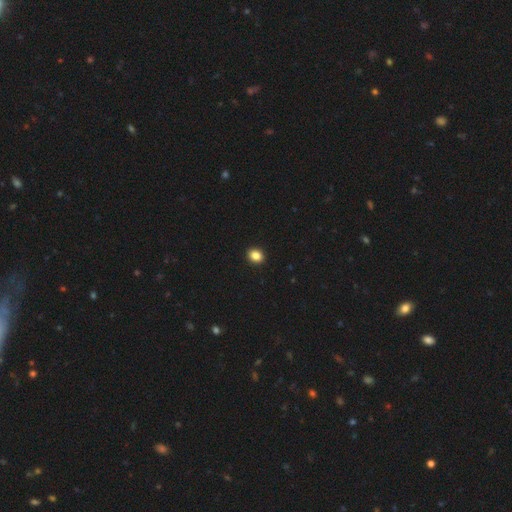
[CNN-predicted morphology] Smooth or featured: smooth — 86% (star or artifact — 10%)
How rounded: round — 56% (in between — 43%)
Merging: none — 93% (minor disturbance — 5%)